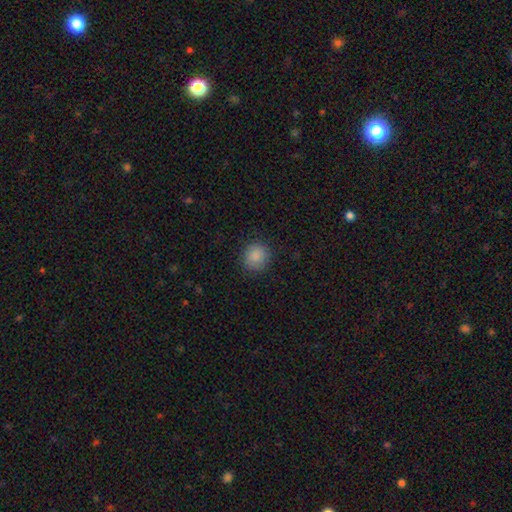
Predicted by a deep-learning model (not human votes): Morphology: type=smooth (87%); roundness=round (88%); merging=none (87%).